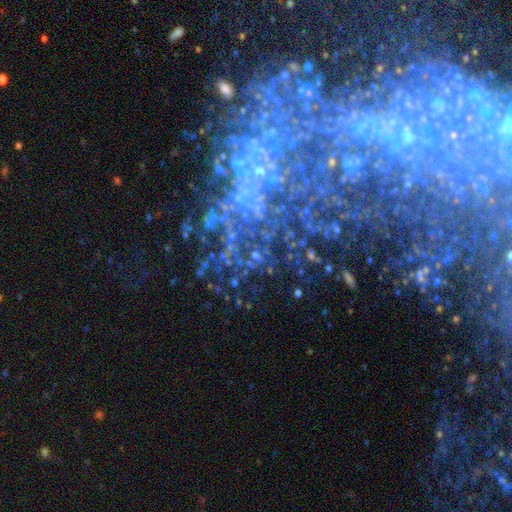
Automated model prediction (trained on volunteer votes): This appears to be a featured or disk galaxy (54%) with no bar (68%), spiral arms (71%) and a small central bulge (47%). Merging: none (62%).